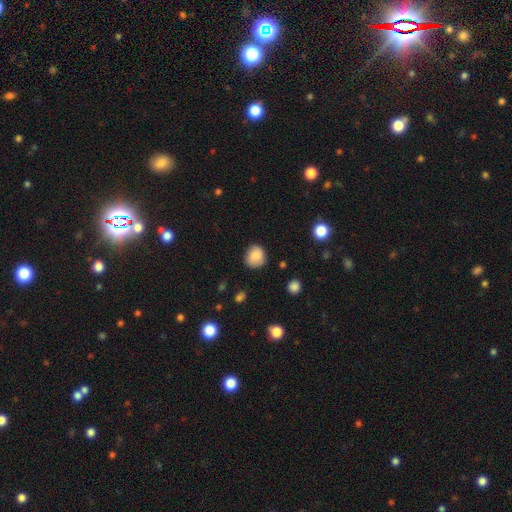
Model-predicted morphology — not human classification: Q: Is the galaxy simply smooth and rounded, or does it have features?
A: smooth — 82%.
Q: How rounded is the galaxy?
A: round — 78%.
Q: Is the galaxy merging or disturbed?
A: none — 79%.